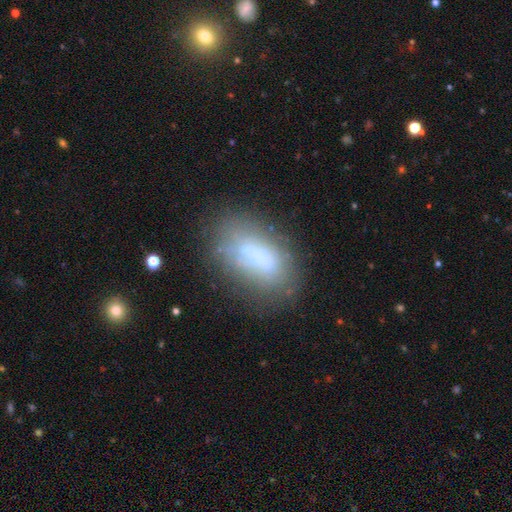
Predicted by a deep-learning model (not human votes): A smooth galaxy with no disk features (53%) that is in between round and cigar-shaped (79%).

Vote fractions:
- Smooth or featured? smooth: 53% / featured or disk: 35% / star or artifact: 12%
- How rounded? in between: 79% / cigar-shaped: 15% / round: 5%
- Merging? none: 63% / minor disturbance: 20% / major disturbance: 11% / merger: 6%